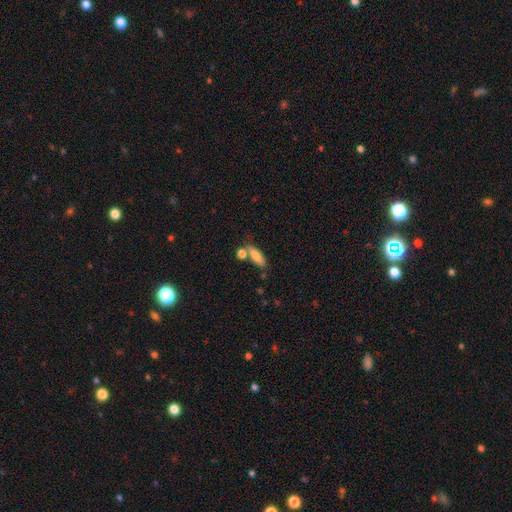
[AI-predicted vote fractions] Overall: smooth (80%). How rounded: in between (57%; cigar-shaped 39%). Merging: none (62%).